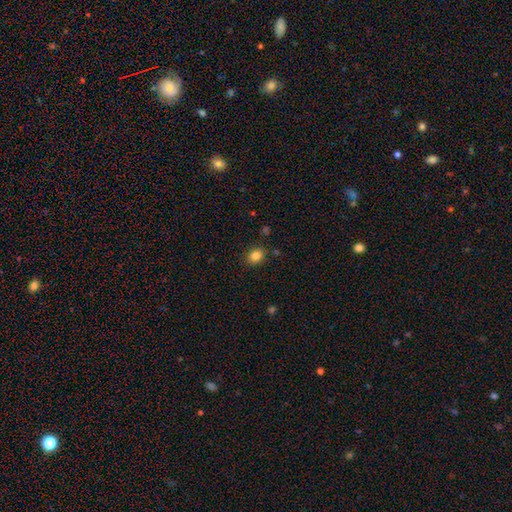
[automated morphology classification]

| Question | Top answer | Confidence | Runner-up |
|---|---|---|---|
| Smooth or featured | smooth | 84% | star or artifact (11%) |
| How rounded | in between | 51% | round (48%) |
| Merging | none | 85% | minor disturbance (10%) |